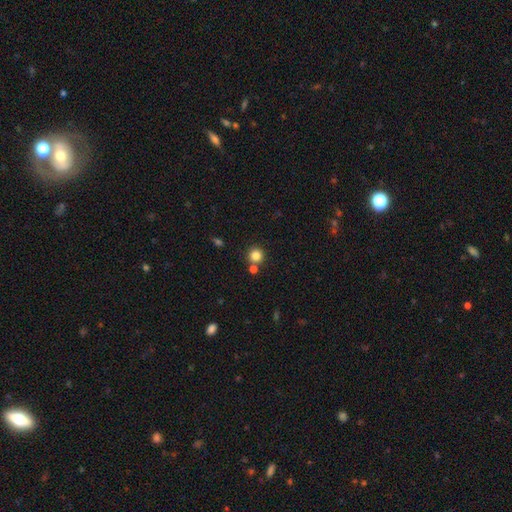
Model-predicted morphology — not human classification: Smooth or featured: smooth — 83% (star or artifact — 12%)
How rounded: round — 93% (in between — 6%)
Merging: none — 77% (merger — 13%)